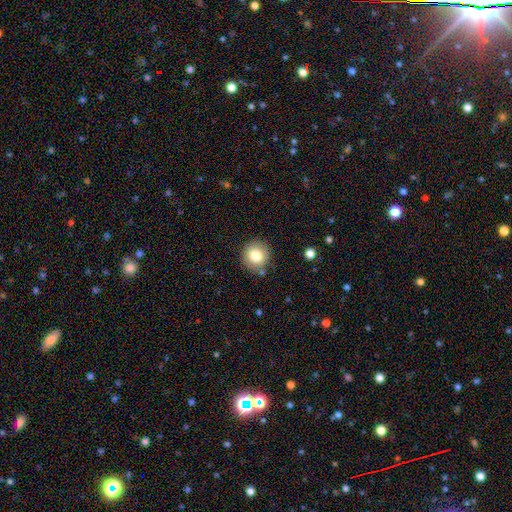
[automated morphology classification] Q: Smooth or featured?
A: smooth (80%); runner-up: featured or disk (10%)
Q: How rounded?
A: round (92%); runner-up: in between (7%)
Q: Merging?
A: none (85%); runner-up: minor disturbance (9%)